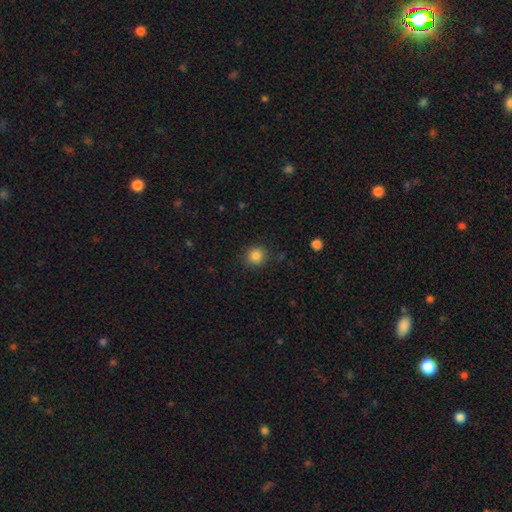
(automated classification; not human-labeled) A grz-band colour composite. It shows a smooth galaxy with no disk features (85%) that is round (89%). Merging: none (87%).